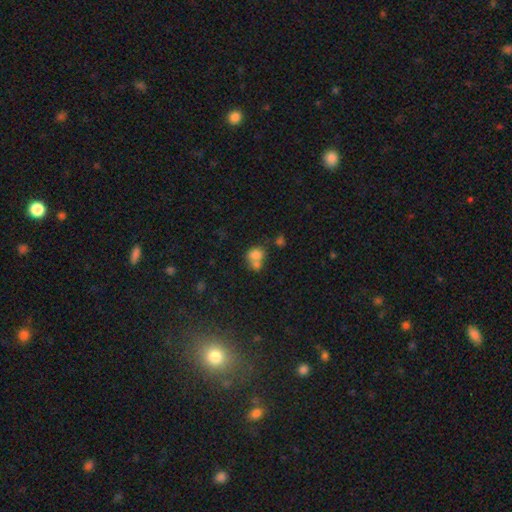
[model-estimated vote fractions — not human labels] Overall: smooth (77%). How rounded: round (56%; in between 43%). Merging: merger (55%; none 31%).